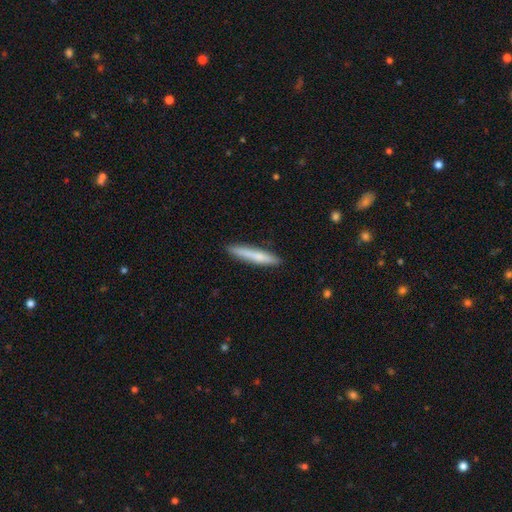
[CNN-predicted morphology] smooth-or-featured: smooth: 71% | featured or disk: 24% | star or artifact: 6%
  how-rounded: cigar-shaped: 94% | in between: 5% | round: 1%
  merging: none: 87% | minor disturbance: 10% | major disturbance: 2% | merger: 1%